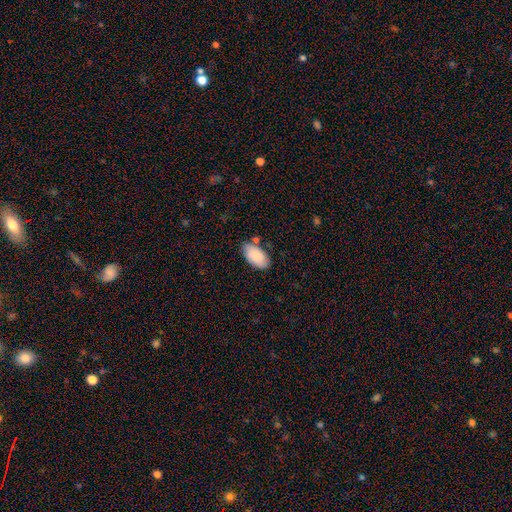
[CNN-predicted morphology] Smooth or featured? smooth (85%)
How rounded? in between (95%)
Merging? none (75%)